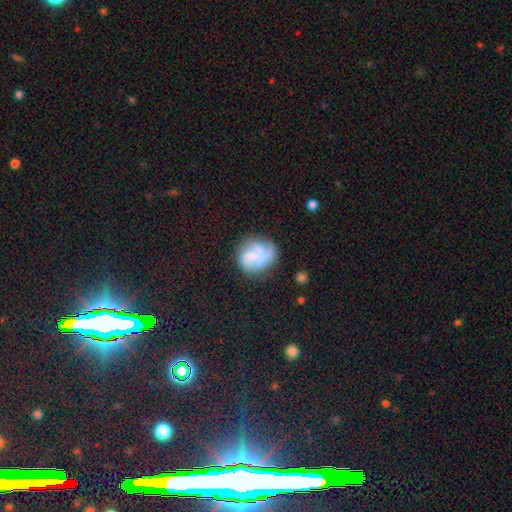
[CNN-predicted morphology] This is possibly a featured or disk galaxy (47%). Merging: possibly none (53%).